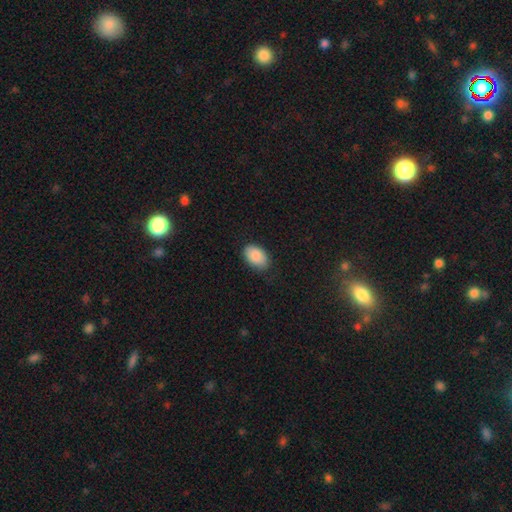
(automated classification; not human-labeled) A smooth galaxy with no disk features (88%) that is in between round and cigar-shaped (90%).

Vote fractions:
- Smooth or featured? smooth: 88% / star or artifact: 6% / featured or disk: 5%
- How rounded? in between: 90% / round: 9% / cigar-shaped: 1%
- Merging? none: 81% / minor disturbance: 15% / major disturbance: 3% / merger: 1%